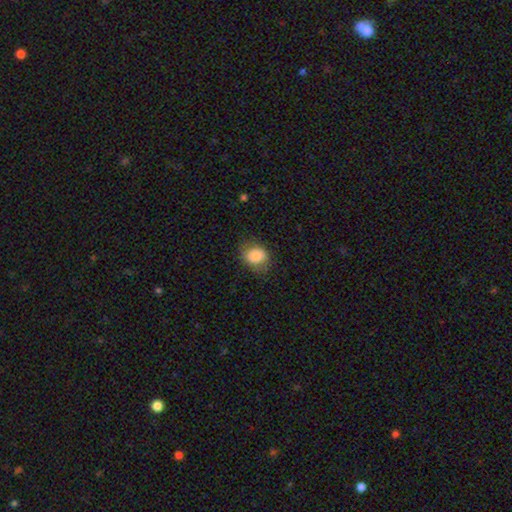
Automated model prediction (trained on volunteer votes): Smooth or featured? smooth (84%)
How rounded? round (56%)
Merging? none (70%)